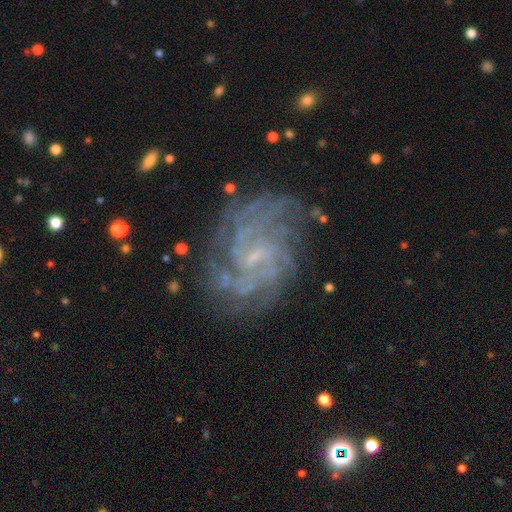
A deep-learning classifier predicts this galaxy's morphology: smooth-or-featured: featured or disk: 85% | star or artifact: 8% | smooth: 7%
  disk-edge-on: no: 98% | yes: 2%
    bar: weak: 51% | no: 37% | strong: 12%
    has-spiral-arms: yes: 94% | no: 6%
      spiral-winding: tight: 53% | medium: 36% | loose: 11%
      spiral-arm-count: can't tell: 33% | 4: 20% | 3: 14% | more than 4: 12% | 2: 12% | 1: 8%
    bulge-size: small: 65% | none: 22% | moderate: 11% | large: 1% | dominant: 1%
  merging: none: 73% | minor disturbance: 16% | major disturbance: 9% | merger: 2%